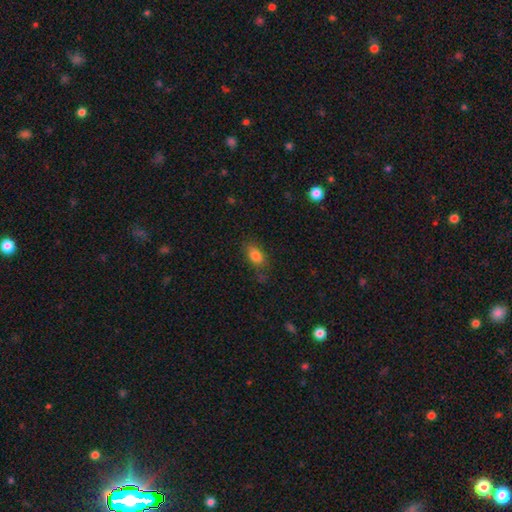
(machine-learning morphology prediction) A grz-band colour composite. It shows a smooth galaxy with no disk features (82%) that is in between round and cigar-shaped (84%). Merging: none (72%).